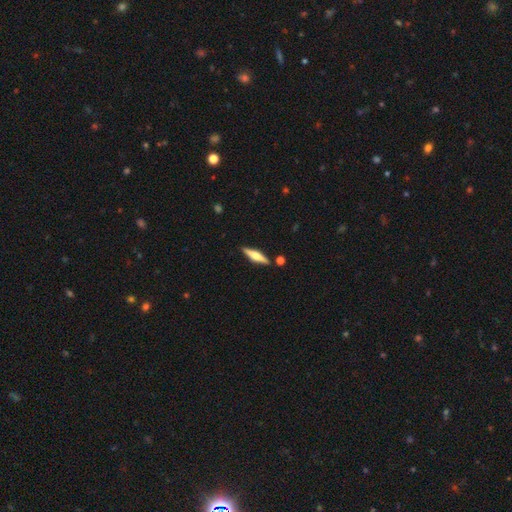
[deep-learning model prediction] Q: Smooth or featured?
A: featured or disk (57%); runner-up: smooth (37%)
Q: Edge-on disk?
A: yes (96%); runner-up: no (4%)
Q: Edge-on bulge?
A: rounded (88%); runner-up: boxy (8%)
Q: Merging?
A: none (87%); runner-up: minor disturbance (8%)